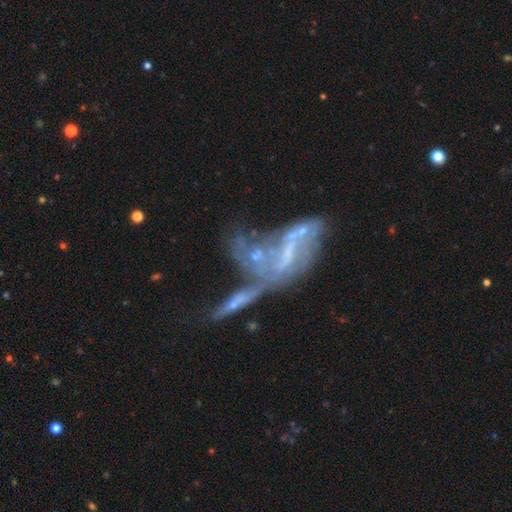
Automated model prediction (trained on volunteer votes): featured or disk 61%, smooth 22%, star or artifact 17%. Down the decision tree: edge-on disk — no (89%); bar — no (61%); spiral arms — no (57%); bulge size — none (53%); merging — merger (40%).